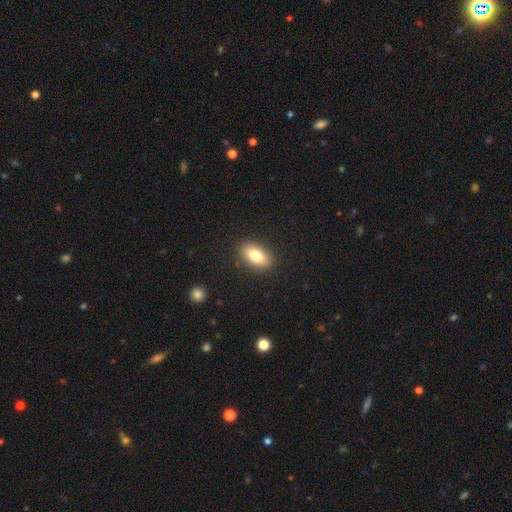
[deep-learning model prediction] Smooth or featured? Predicted: smooth (p=0.80). How rounded? Predicted: in between (p=0.89). Merging? Predicted: none (p=0.88).